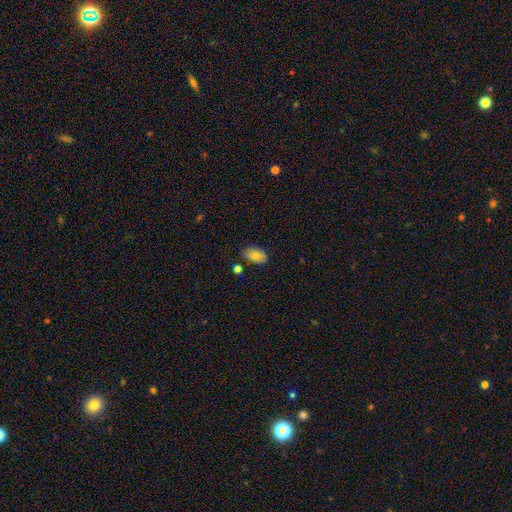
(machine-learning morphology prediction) smooth 79%, featured or disk 13%, star or artifact 8%. Down the decision tree: how rounded — in between (91%); merging — none (77%).